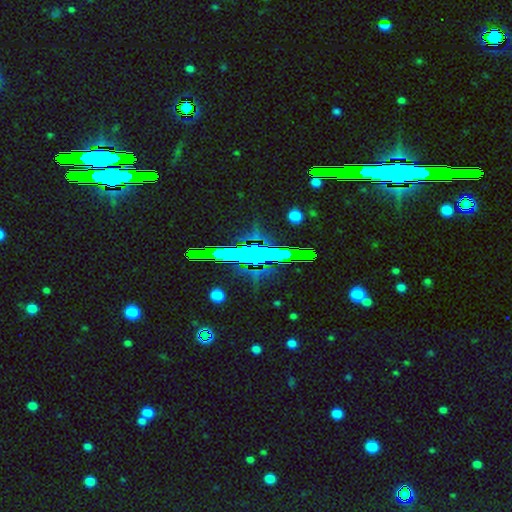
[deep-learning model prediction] star or artifact 71%, smooth 15%, featured or disk 14%.